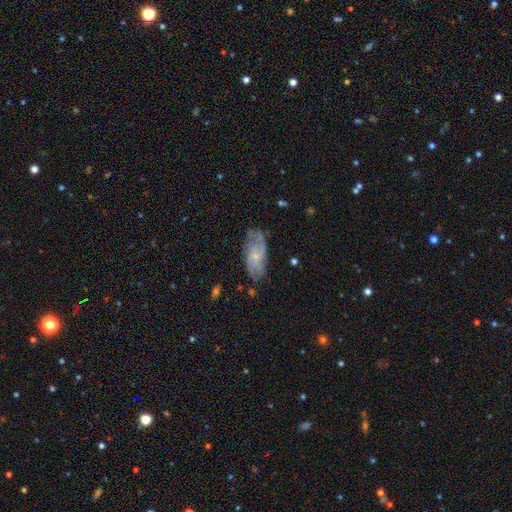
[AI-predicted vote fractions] Smooth or featured: featured or disk — 69% (smooth — 24%)
Edge-on disk: no — 94% (yes — 6%)
Bar: no — 69% (weak — 28%)
Spiral arms: yes — 88% (no — 12%)
Spiral winding: medium — 44% (tight — 29%)
Spiral arm count: 2 — 40% (can't tell — 31%)
Bulge size: small — 70% (moderate — 19%)
Merging: none — 65% (minor disturbance — 23%)